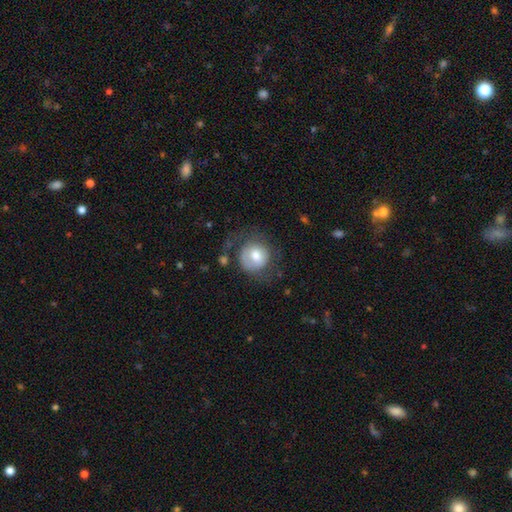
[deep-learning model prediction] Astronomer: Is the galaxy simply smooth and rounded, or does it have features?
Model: smooth — 62%.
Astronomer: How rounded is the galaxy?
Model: round — 84%.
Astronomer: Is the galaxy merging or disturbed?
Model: none — 53%.